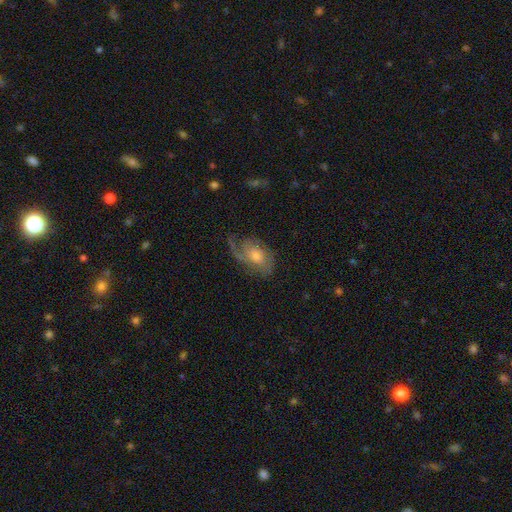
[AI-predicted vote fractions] Smooth or featured: featured or disk — 70% (smooth — 23%)
Edge-on disk: no — 95% (yes — 5%)
Bar: no — 75% (weak — 22%)
Spiral arms: yes — 88% (no — 12%)
Spiral winding: medium — 40% (tight — 33%)
Spiral arm count: 1 — 30% (2 — 28%)
Bulge size: moderate — 58% (small — 31%)
Merging: none — 53% (minor disturbance — 24%)